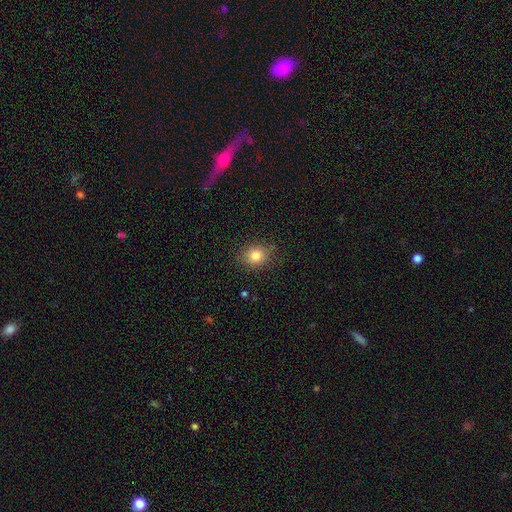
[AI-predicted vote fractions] This is clearly a smooth galaxy (81%). How rounded: likely round (62%). Merging: clearly none (83%).